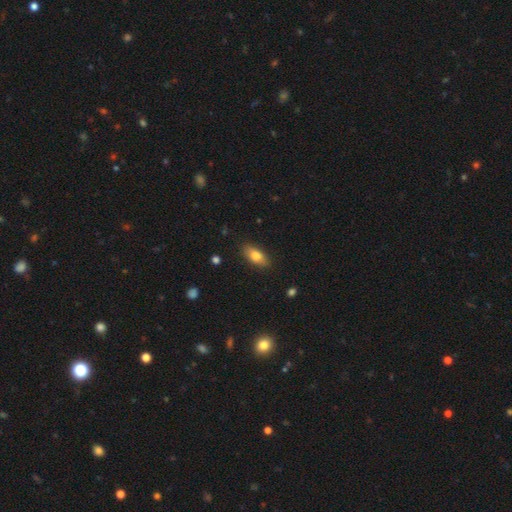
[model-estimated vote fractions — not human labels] Q: Smooth or featured?
A: smooth (77%); runner-up: featured or disk (16%)
Q: How rounded?
A: in between (84%); runner-up: cigar-shaped (12%)
Q: Merging?
A: none (87%); runner-up: minor disturbance (10%)